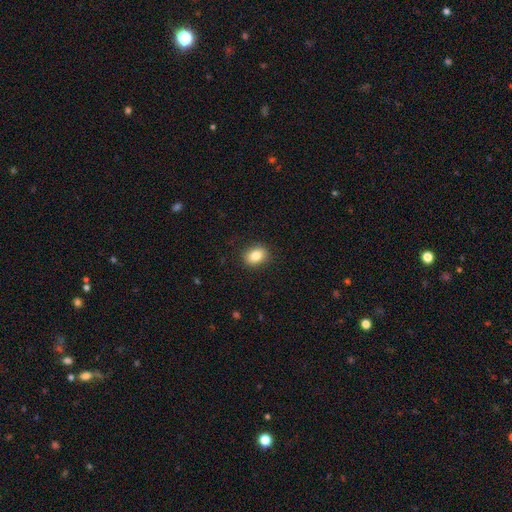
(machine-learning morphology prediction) smooth 84%, star or artifact 9%, featured or disk 7%. Down the decision tree: how rounded — in between (62%); merging — none (89%).